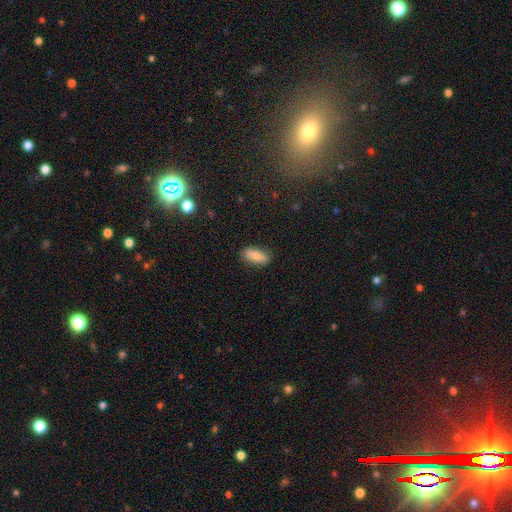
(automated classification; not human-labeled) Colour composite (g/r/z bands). It shows a smooth galaxy with no disk features (77%) that is in between round and cigar-shaped (84%). Merging: none (85%).